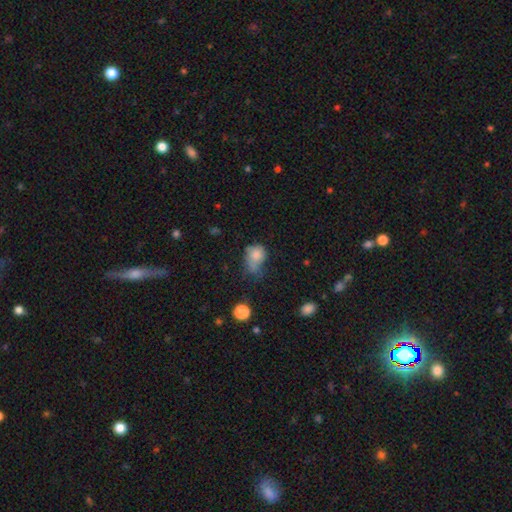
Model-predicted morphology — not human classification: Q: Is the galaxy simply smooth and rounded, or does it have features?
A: smooth — 77%.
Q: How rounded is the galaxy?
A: in between — 57%.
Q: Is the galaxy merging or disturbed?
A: minor disturbance — 35%.